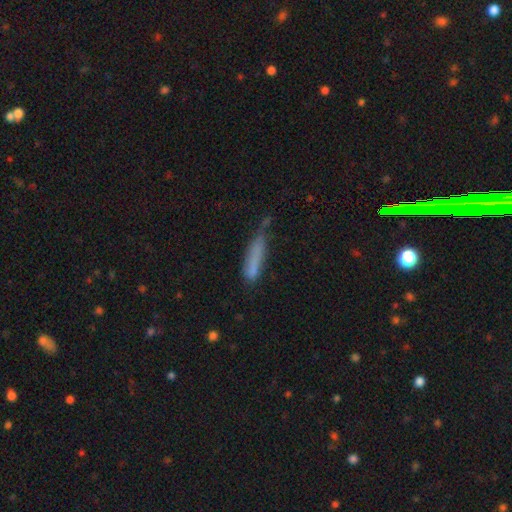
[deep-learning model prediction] Q: Smooth or featured?
A: smooth (73%); runner-up: featured or disk (18%)
Q: How rounded?
A: cigar-shaped (82%); runner-up: in between (16%)
Q: Merging?
A: none (43%); runner-up: minor disturbance (32%)